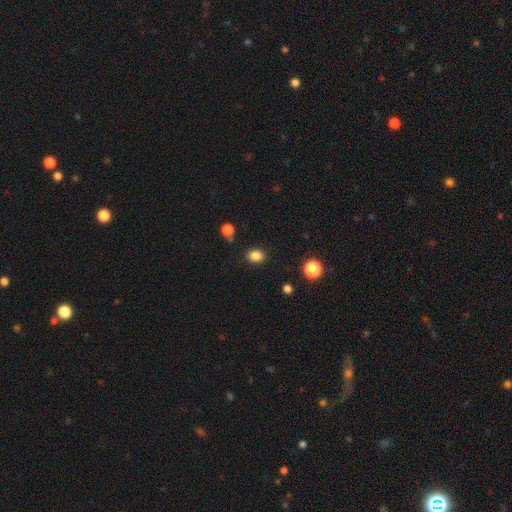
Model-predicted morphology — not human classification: Smooth or featured?
  - smooth: 85% *
  - star or artifact: 11%
  - featured or disk: 4%
How rounded?
  - round: 50% *
  - in between: 49%
  - cigar-shaped: 1%
Merging?
  - none: 85% *
  - minor disturbance: 9%
  - major disturbance: 3%
  - merger: 3%